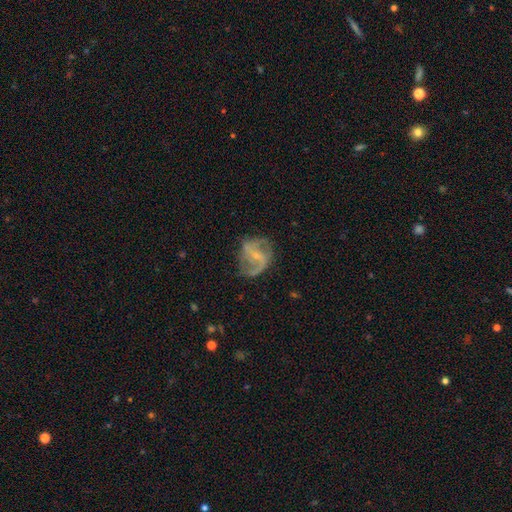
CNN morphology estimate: A featured or disk galaxy (85%) with a weak bar (44%), 2 (83%) loose (46%) spiral arms (93%) and a small central bulge (71%).

Vote fractions:
- Smooth or featured? featured or disk: 85% / smooth: 9% / star or artifact: 6%
- Edge-on disk? no: 97% / yes: 3%
- Bar? weak: 44% / no: 30% / strong: 26%
- Spiral arms? yes: 93% / no: 7%
- Spiral winding? loose: 46% / medium: 42% / tight: 12%
- Spiral arm count? 2: 83% / can't tell: 6% / 3: 4% / 1: 3% / 4: 2% / more than 4: 2%
- Bulge size? small: 71% / moderate: 23% / none: 5% / large: 1% / dominant: 1%
- Merging? none: 66% / minor disturbance: 20% / major disturbance: 12% / merger: 2%